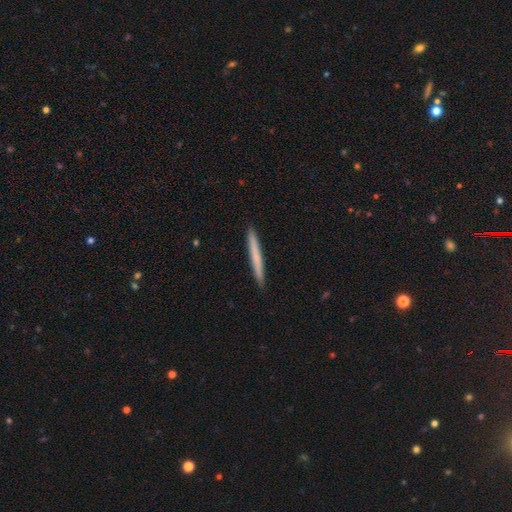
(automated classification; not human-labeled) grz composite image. It shows a smooth galaxy with no disk features (65%) that is cigar-shaped (97%). Merging: none (93%).